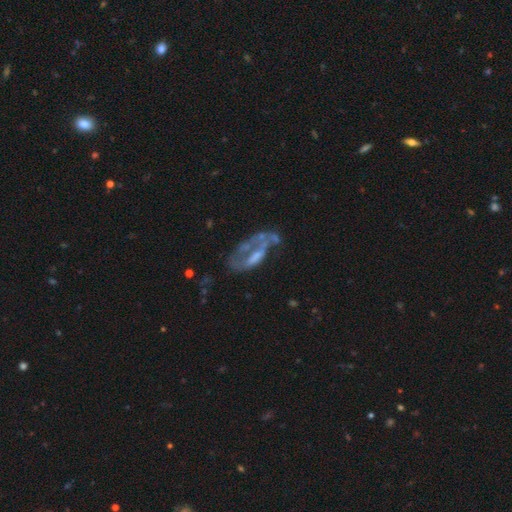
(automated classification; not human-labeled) Q: Smooth or featured?
A: featured or disk (65%); runner-up: smooth (24%)
Q: Edge-on disk?
A: no (90%); runner-up: yes (10%)
Q: Bar?
A: no (64%); runner-up: weak (25%)
Q: Spiral arms?
A: no (67%); runner-up: yes (33%)
Q: Bulge size?
A: none (41%); runner-up: small (27%)
Q: Merging?
A: major disturbance (35%); runner-up: none (33%)